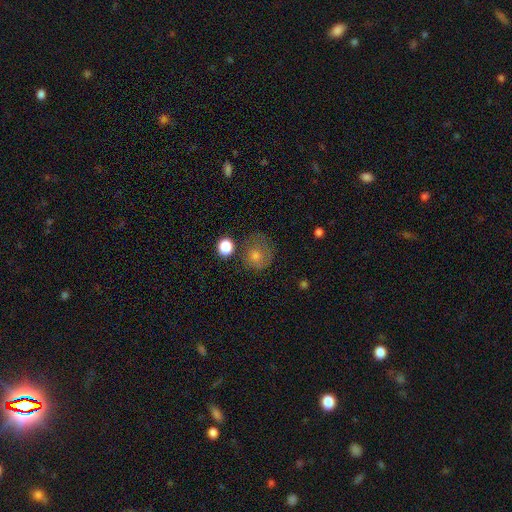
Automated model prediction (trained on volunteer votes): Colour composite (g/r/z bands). It shows a smooth galaxy with no disk features (57%) that is round (81%). Merging: none (60%).